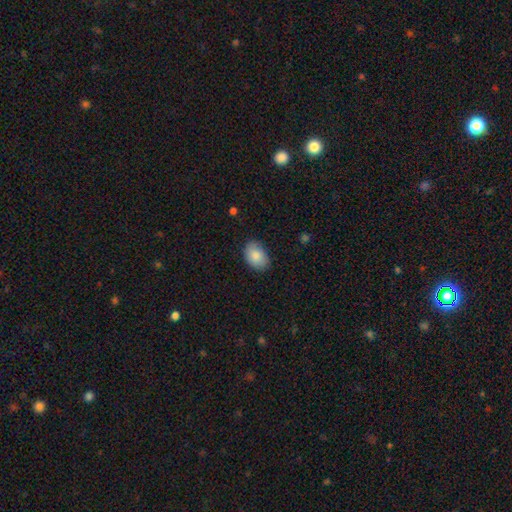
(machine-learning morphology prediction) smooth-or-featured: smooth: 86% | featured or disk: 7% | star or artifact: 7%
  how-rounded: in between: 85% | round: 14% | cigar-shaped: 1%
  merging: none: 82% | minor disturbance: 14% | major disturbance: 3% | merger: 1%